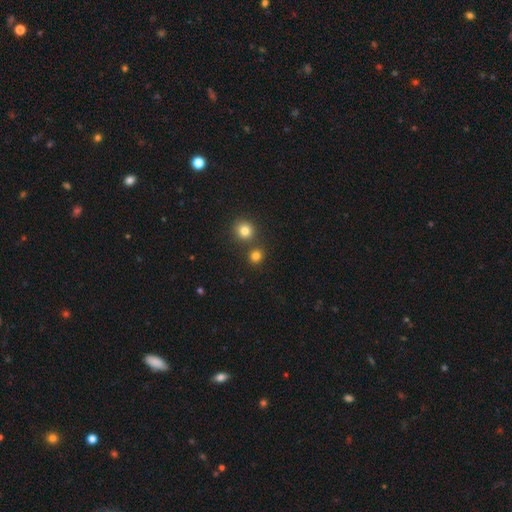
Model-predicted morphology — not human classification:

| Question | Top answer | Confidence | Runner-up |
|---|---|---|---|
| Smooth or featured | smooth | 80% | star or artifact (15%) |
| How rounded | round | 84% | in between (15%) |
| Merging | none | 71% | merger (19%) |